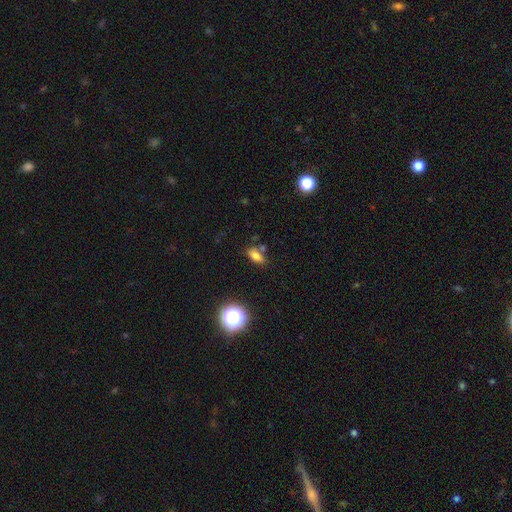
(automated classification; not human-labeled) Q: Smooth or featured?
A: smooth (76%); runner-up: star or artifact (14%)
Q: How rounded?
A: in between (82%); runner-up: round (10%)
Q: Merging?
A: none (68%); runner-up: minor disturbance (16%)